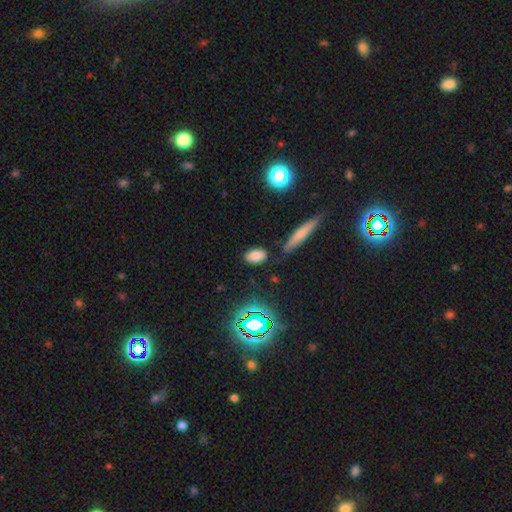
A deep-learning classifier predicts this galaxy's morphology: Smooth or featured? smooth (79%)
How rounded? in between (89%)
Merging? none (83%)